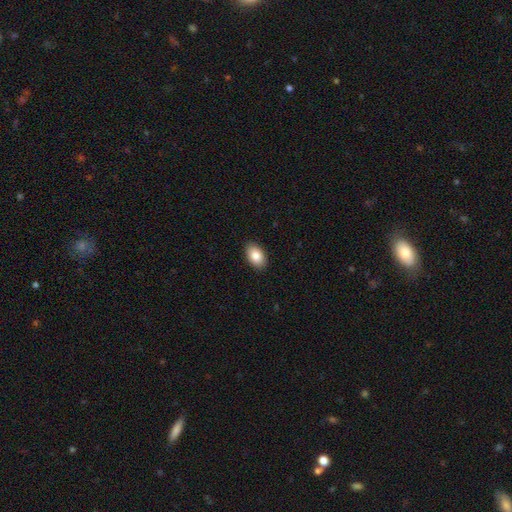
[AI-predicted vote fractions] smooth-or-featured: smooth: 85% | featured or disk: 8% | star or artifact: 7%
  how-rounded: in between: 92% | round: 7% | cigar-shaped: 1%
  merging: none: 90% | minor disturbance: 7% | major disturbance: 2% | merger: 1%